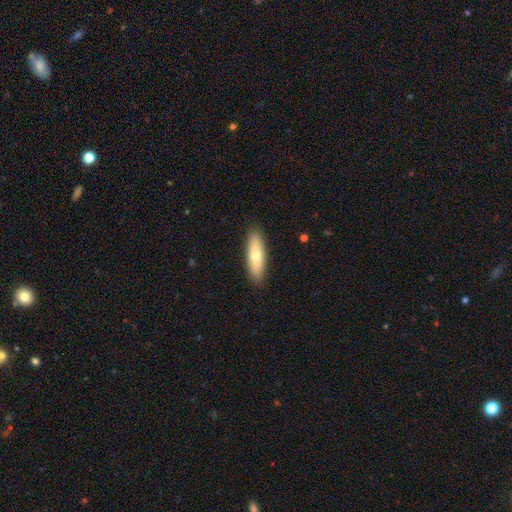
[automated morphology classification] smooth 68%, featured or disk 27%, star or artifact 6%. Down the decision tree: how rounded — cigar-shaped (59%); merging — none (90%).